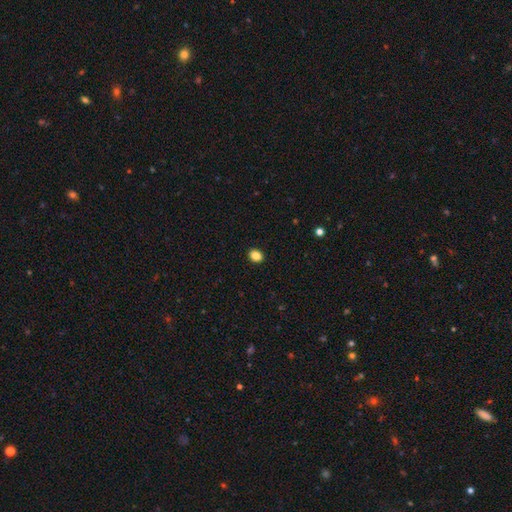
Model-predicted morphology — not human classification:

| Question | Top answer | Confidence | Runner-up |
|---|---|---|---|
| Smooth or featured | smooth | 86% | star or artifact (10%) |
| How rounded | round | 50% | in between (49%) |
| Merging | none | 92% | minor disturbance (6%) |